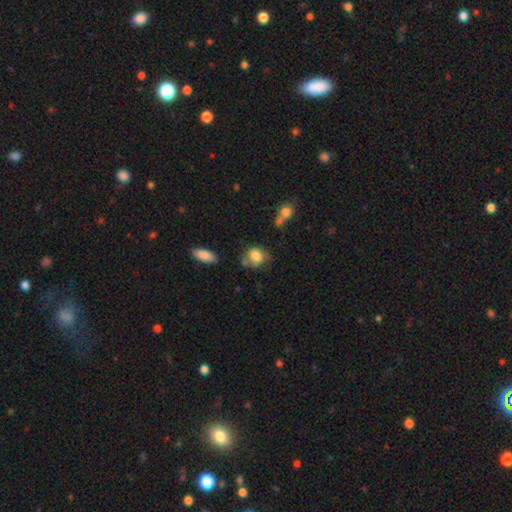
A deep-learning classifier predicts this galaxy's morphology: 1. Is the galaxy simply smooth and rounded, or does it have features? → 75% smooth, 17% featured or disk, 8% star or artifact.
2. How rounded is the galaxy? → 51% in between, 48% round, 1% cigar-shaped.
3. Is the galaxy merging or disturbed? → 45% none, 30% minor disturbance, 15% major disturbance, 10% merger.